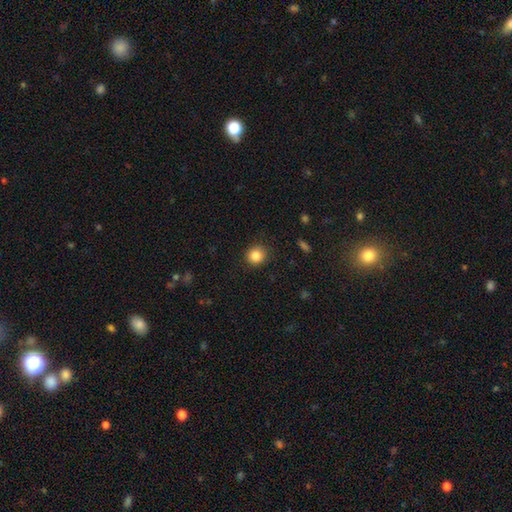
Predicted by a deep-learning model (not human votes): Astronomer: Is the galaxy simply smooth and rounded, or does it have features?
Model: smooth — 85%.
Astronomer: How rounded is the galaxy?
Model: round — 88%.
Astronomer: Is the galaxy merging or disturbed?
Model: none — 90%.